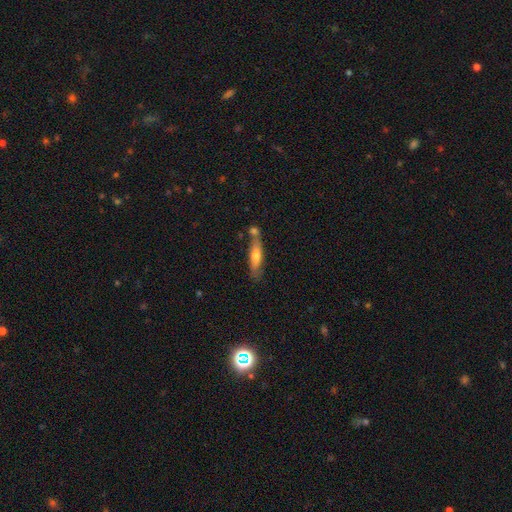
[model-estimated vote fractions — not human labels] A smooth galaxy with no disk features (55%) that is cigar-shaped (74%).

Vote fractions:
- Smooth or featured? smooth: 55% / featured or disk: 39% / star or artifact: 7%
- How rounded? cigar-shaped: 74% / in between: 24% / round: 2%
- Merging? none: 60% / merger: 20% / minor disturbance: 16% / major disturbance: 4%